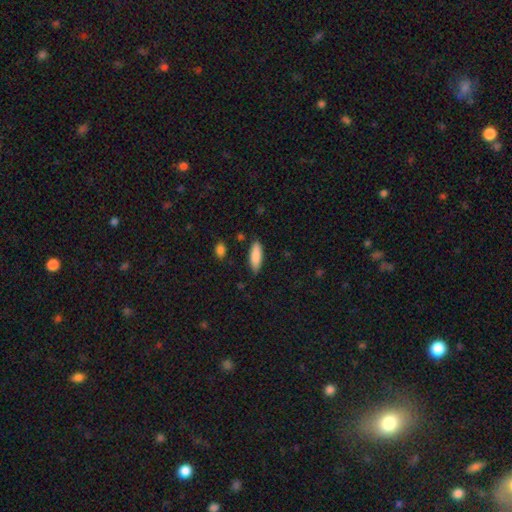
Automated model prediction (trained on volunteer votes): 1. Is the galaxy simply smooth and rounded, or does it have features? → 87% smooth, 8% featured or disk, 6% star or artifact.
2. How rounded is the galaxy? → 60% in between, 38% cigar-shaped, 2% round.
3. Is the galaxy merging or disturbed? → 84% none, 11% minor disturbance, 2% major disturbance, 2% merger.